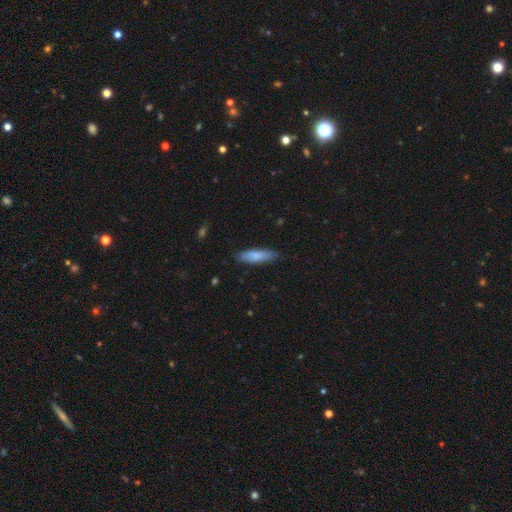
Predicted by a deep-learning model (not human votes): smooth-or-featured: smooth: 80% | featured or disk: 14% | star or artifact: 6%
  how-rounded: cigar-shaped: 62% | in between: 36% | round: 1%
  merging: none: 82% | minor disturbance: 14% | major disturbance: 2% | merger: 1%